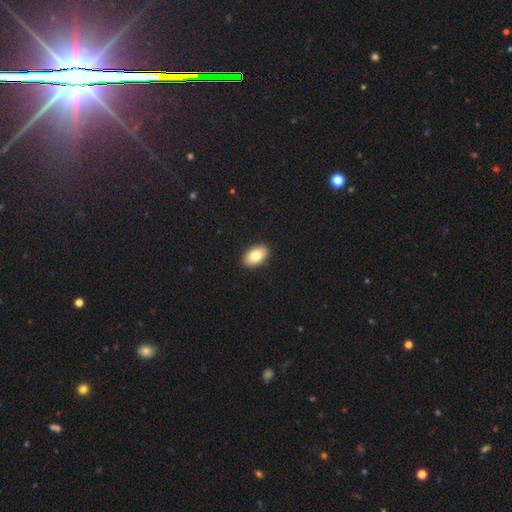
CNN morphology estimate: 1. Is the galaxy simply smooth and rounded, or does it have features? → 80% smooth, 12% featured or disk, 7% star or artifact.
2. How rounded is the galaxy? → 92% in between, 6% round, 1% cigar-shaped.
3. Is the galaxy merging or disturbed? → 91% none, 7% minor disturbance, 2% major disturbance, 1% merger.